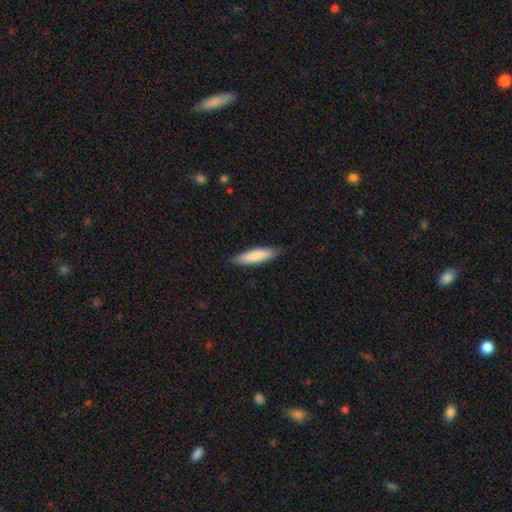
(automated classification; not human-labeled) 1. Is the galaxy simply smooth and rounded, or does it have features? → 82% smooth, 13% featured or disk, 5% star or artifact.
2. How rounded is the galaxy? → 74% cigar-shaped, 25% in between, 1% round.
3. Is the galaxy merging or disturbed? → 86% none, 11% minor disturbance, 2% major disturbance, 1% merger.